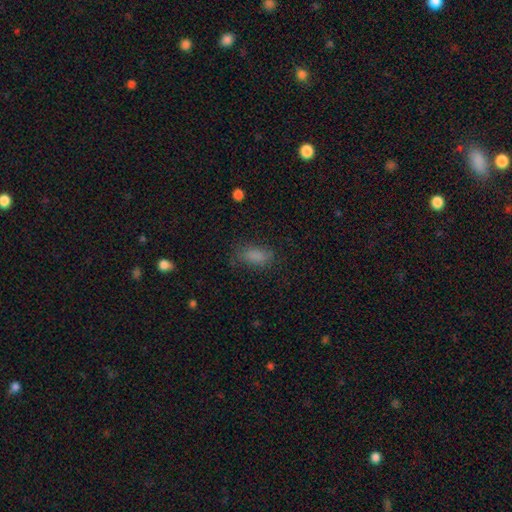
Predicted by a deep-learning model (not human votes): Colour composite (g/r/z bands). It shows a smooth galaxy with no disk features (82%) that is in between round and cigar-shaped (86%). Merging: none (70%).